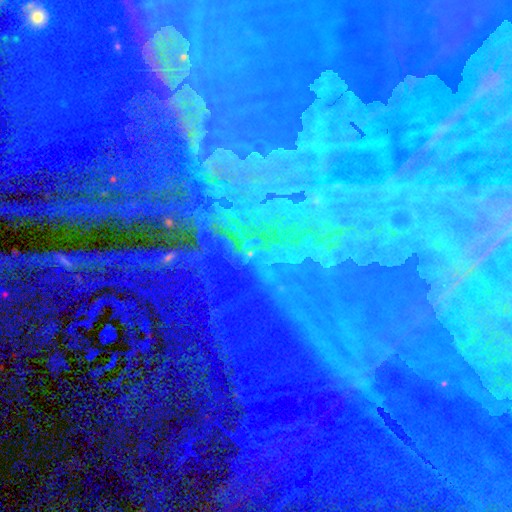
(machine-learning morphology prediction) star or artifact 84%, featured or disk 10%, smooth 7%.